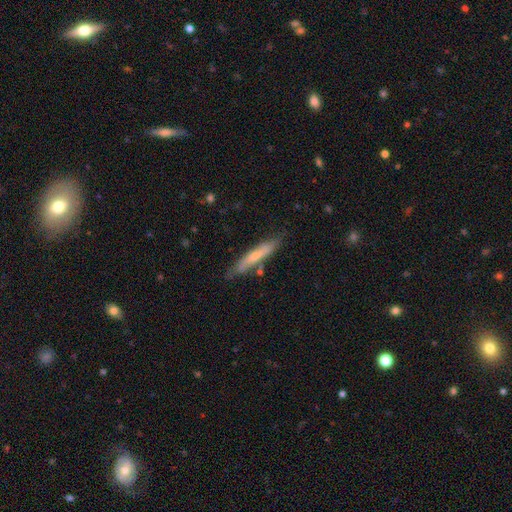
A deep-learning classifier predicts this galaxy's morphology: The model was most divided on "smooth or featured": smooth: 53%, featured or disk: 41%, star or artifact: 6%. More confident: how rounded — cigar-shaped (91%); merging — none (74%).